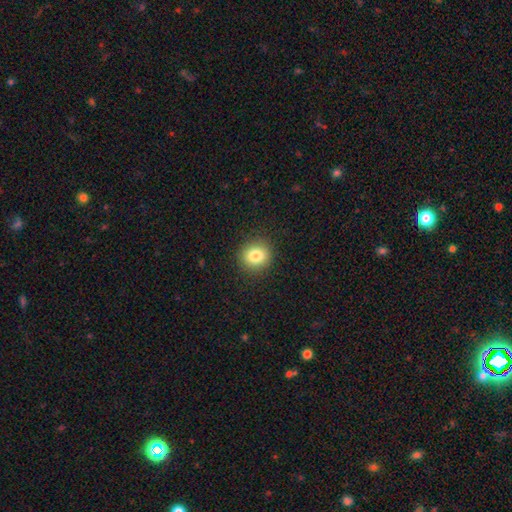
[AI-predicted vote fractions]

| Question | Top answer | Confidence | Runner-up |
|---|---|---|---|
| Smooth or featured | smooth | 83% | star or artifact (10%) |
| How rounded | round | 85% | in between (14%) |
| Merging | none | 90% | minor disturbance (6%) |